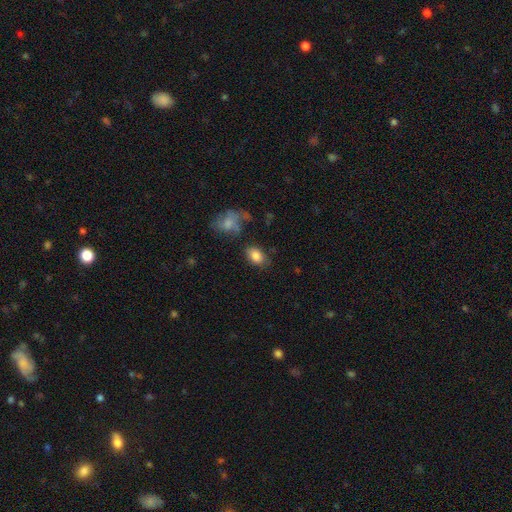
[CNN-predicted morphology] This appears to be a smooth galaxy with no disk features (84%) that is in between round and cigar-shaped (82%). Merging: none (74%).